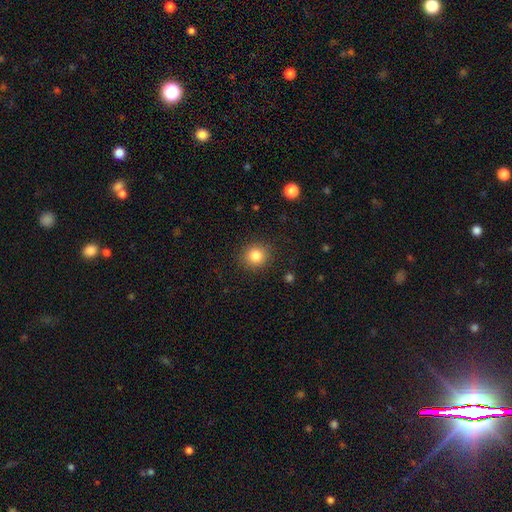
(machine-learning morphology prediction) type=smooth (83%); roundness=round (88%); merging=none (89%).